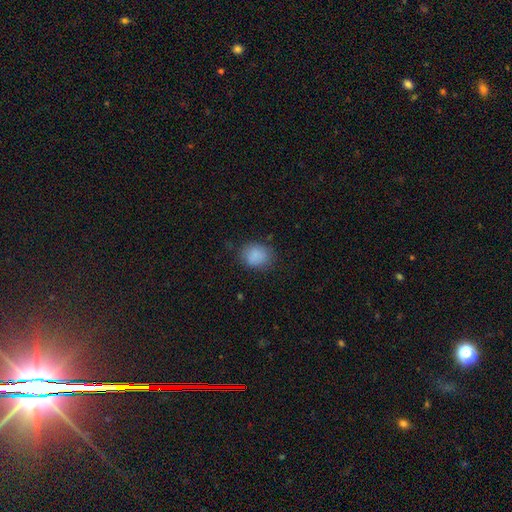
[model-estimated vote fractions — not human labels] Q: Smooth or featured?
A: smooth (86%); runner-up: star or artifact (9%)
Q: How rounded?
A: round (55%); runner-up: in between (44%)
Q: Merging?
A: none (76%); runner-up: minor disturbance (17%)